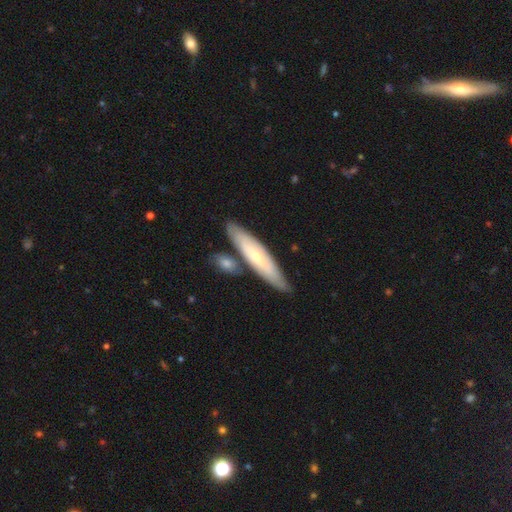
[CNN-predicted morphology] smooth-or-featured: featured or disk: 55% | smooth: 40% | star or artifact: 5%
  disk-edge-on: yes: 54% | no: 46%
  merging: none: 76% | minor disturbance: 12% | merger: 10% | major disturbance: 3%